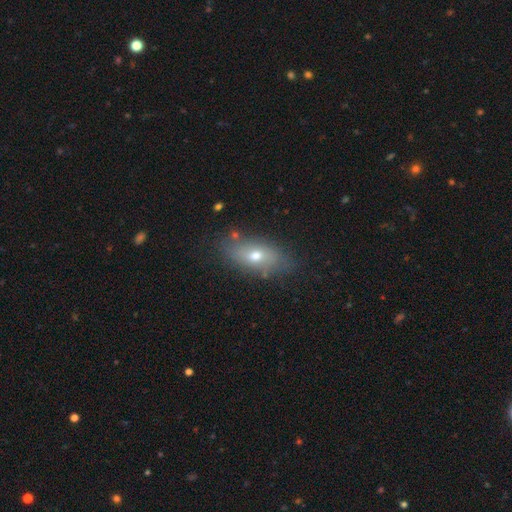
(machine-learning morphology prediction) Overall: smooth (64%; featured or disk 26%). How rounded: in between (82%). Merging: none (77%).